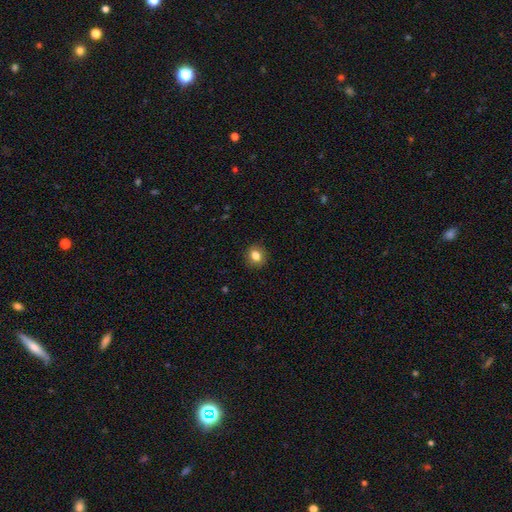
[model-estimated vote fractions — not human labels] smooth 82%, star or artifact 10%, featured or disk 8%. Down the decision tree: how rounded — round (67%); merging — none (88%).